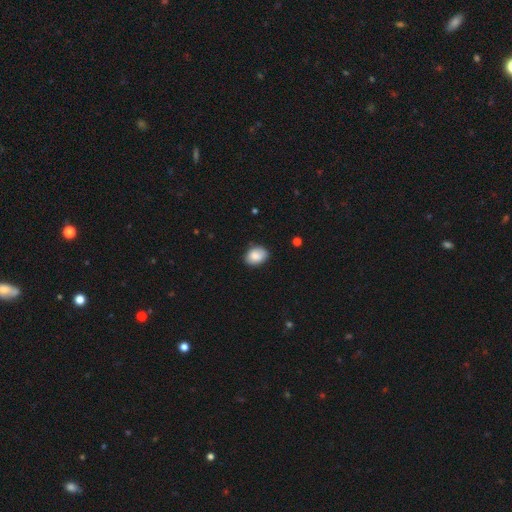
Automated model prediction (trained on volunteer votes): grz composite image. It shows a smooth galaxy with no disk features (86%) that is in between round and cigar-shaped (70%). Merging: none (81%).